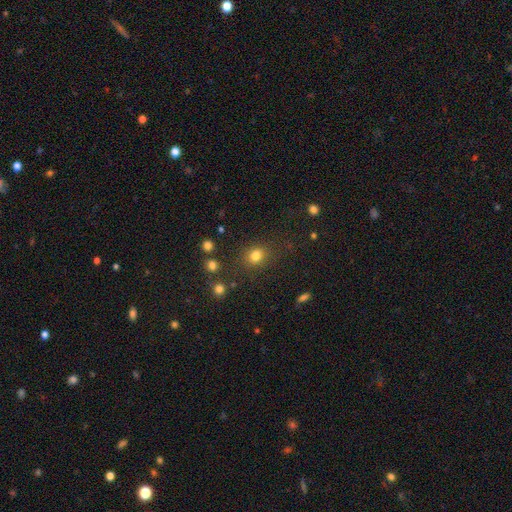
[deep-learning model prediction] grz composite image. It shows a smooth galaxy with no disk features (80%) that is round (71%). Merging: none (82%).